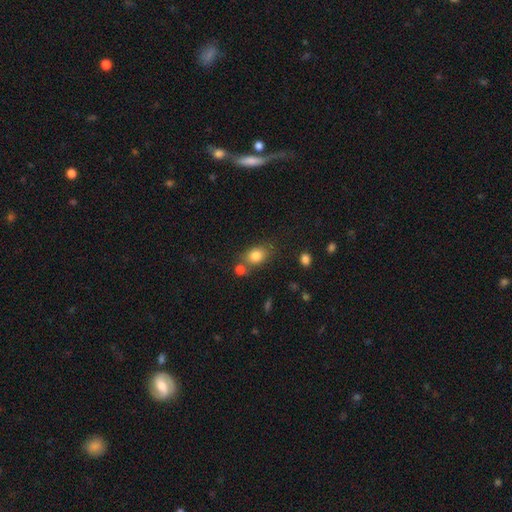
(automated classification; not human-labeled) Q: Smooth or featured?
A: smooth (82%); runner-up: star or artifact (10%)
Q: How rounded?
A: in between (66%); runner-up: round (32%)
Q: Merging?
A: none (60%); runner-up: merger (20%)